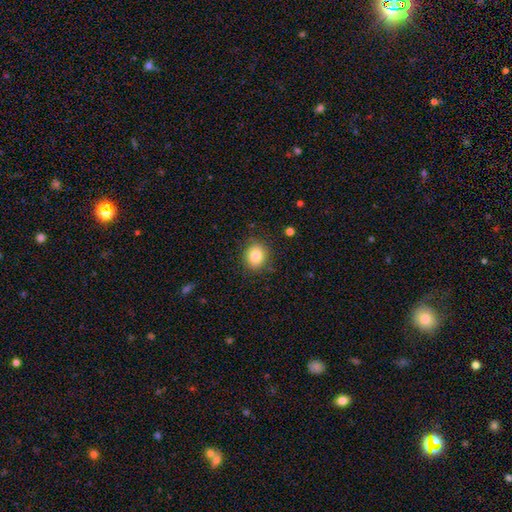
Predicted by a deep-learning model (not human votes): Morphology: type=smooth (83%); roundness=round (72%); merging=none (85%).